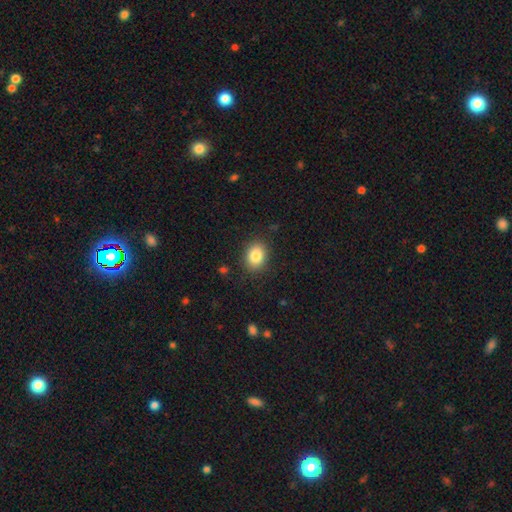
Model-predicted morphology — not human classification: Smooth or featured? smooth (85%)
How rounded? in between (57%)
Merging? none (86%)